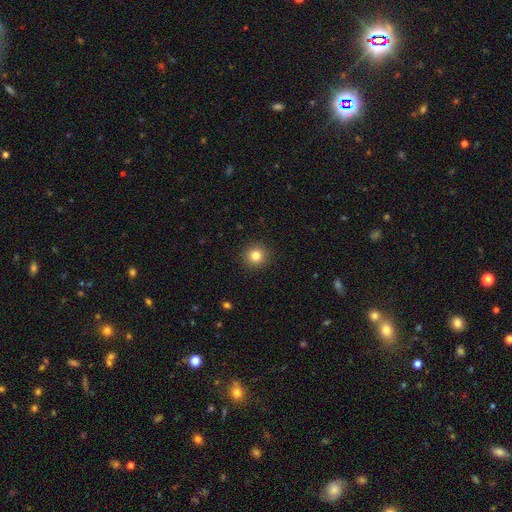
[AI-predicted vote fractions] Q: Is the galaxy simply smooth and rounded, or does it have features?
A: smooth — 83%.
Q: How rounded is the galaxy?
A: round — 94%.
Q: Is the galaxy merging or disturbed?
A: none — 92%.